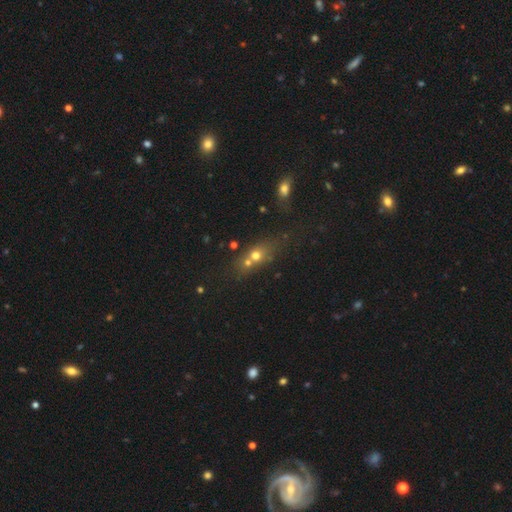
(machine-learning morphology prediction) smooth-or-featured: smooth: 59% | featured or disk: 23% | star or artifact: 19%
  how-rounded: round: 51% | in between: 41% | cigar-shaped: 8%
  merging: merger: 48% | none: 37% | minor disturbance: 10% | major disturbance: 6%